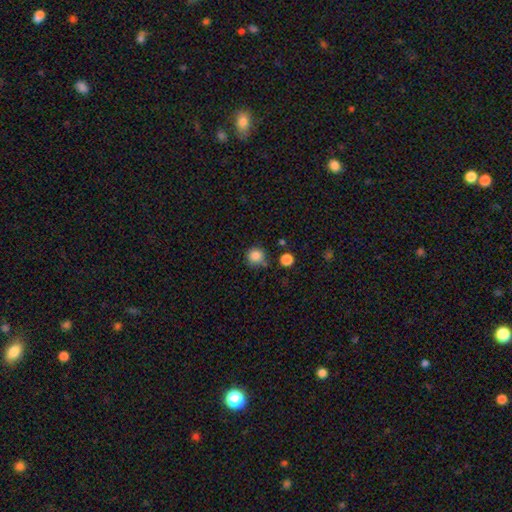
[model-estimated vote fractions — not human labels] Smooth or featured? Predicted: smooth (p=0.85). How rounded? Predicted: round (p=0.93). Merging? Predicted: none (p=0.77).